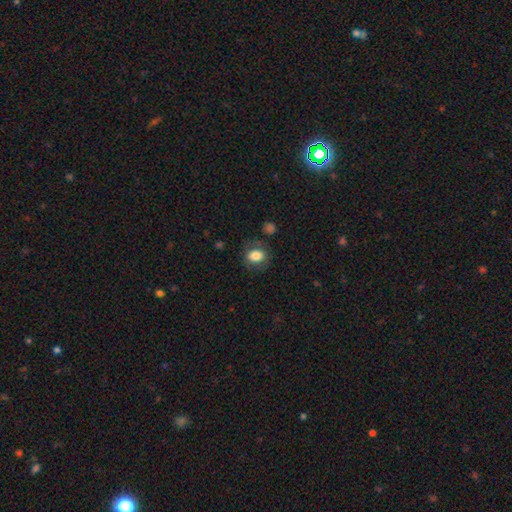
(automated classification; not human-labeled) The model was most divided on "how rounded": in between: 56%, round: 43%, cigar-shaped: 1%. More confident: smooth or featured — smooth (79%); merging — none (75%).